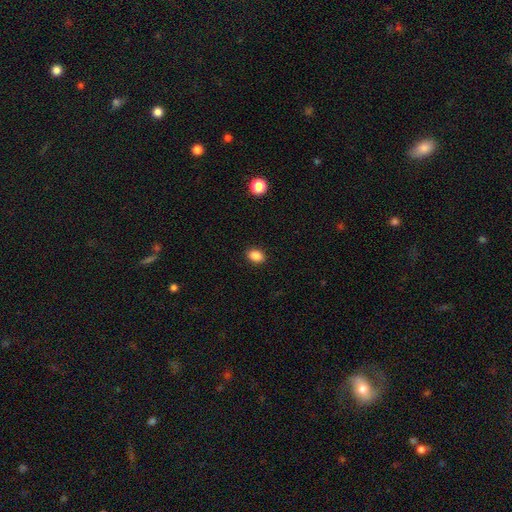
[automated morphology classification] The model was most divided on "how rounded": in between: 73%, round: 26%, cigar-shaped: 1%. More confident: merging — none (90%); smooth or featured — smooth (88%).